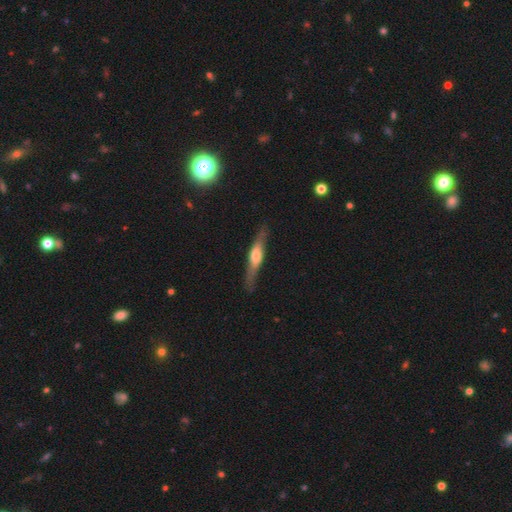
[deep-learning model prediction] Smooth or featured: featured or disk — 58% (smooth — 37%)
Edge-on disk: yes — 91% (no — 9%)
Edge-on bulge: rounded — 82% (boxy — 12%)
Merging: none — 84% (minor disturbance — 11%)